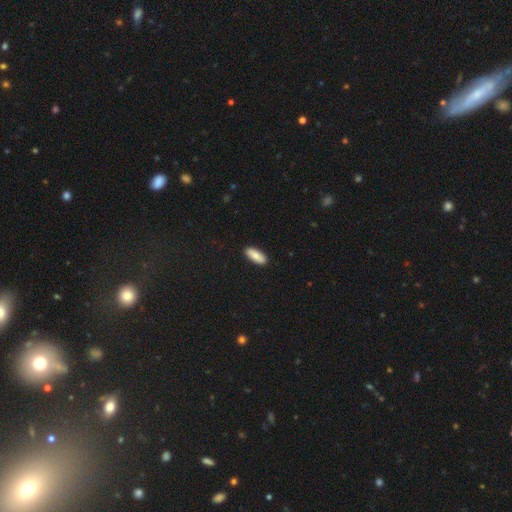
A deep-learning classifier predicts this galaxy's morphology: This appears to be a smooth galaxy with no disk features (83%) that is in between round and cigar-shaped (71%). Merging: none (90%).